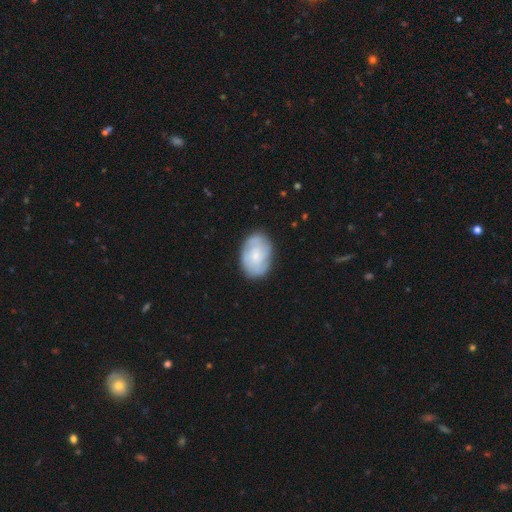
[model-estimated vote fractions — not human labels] Overall: featured or disk (51%; smooth 42%). Edge-on disk: no (97%). Merging: none (77%).